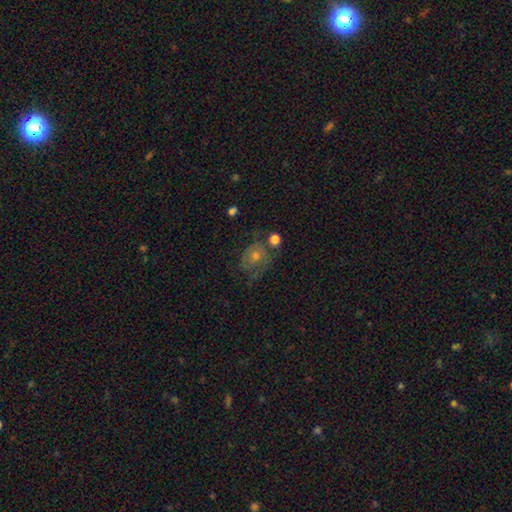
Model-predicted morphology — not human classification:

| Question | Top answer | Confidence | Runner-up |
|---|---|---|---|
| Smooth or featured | featured or disk | 50% | smooth (32%) |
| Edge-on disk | no | 96% | yes (4%) |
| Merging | none | 54% | minor disturbance (21%) |